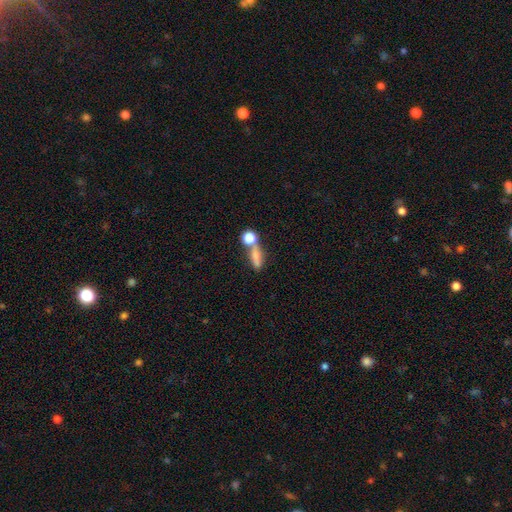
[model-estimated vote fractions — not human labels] A smooth galaxy with no disk features (69%) that is cigar-shaped (39%). Merging: none (44%).